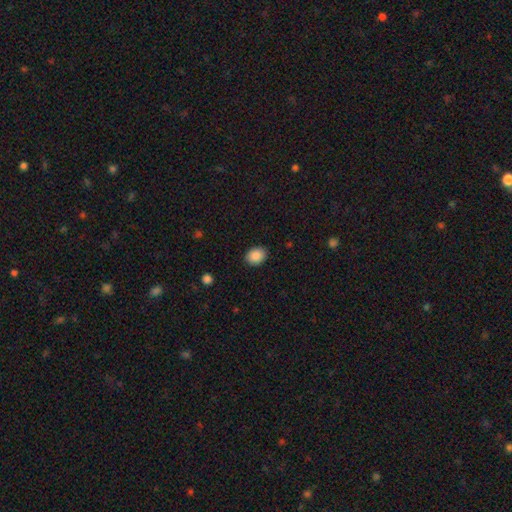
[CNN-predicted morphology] This appears to be a smooth galaxy with no disk features (89%) that is in between round and cigar-shaped (58%). Merging: none (88%).